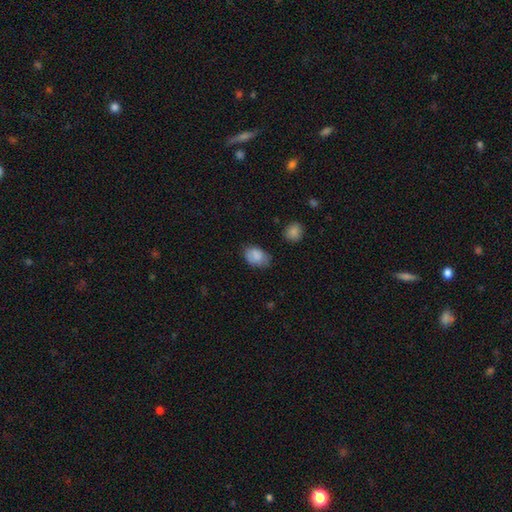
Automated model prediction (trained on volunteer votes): Smooth or featured? Predicted: smooth (p=0.82). How rounded? Predicted: in between (p=0.82). Merging? Predicted: none (p=0.67).